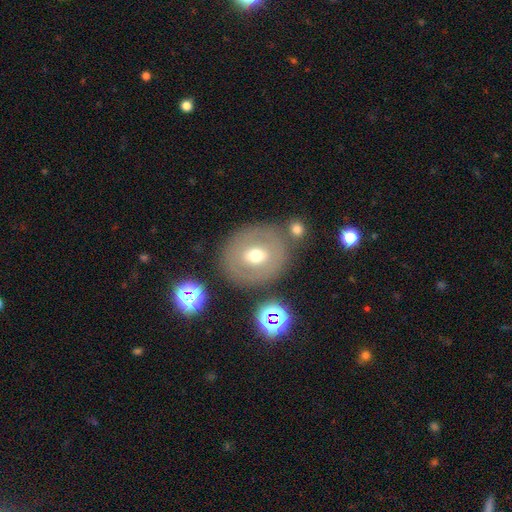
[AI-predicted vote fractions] A smooth galaxy with no disk features (51%) that is round (78%).

Vote fractions:
- Smooth or featured? smooth: 51% / featured or disk: 39% / star or artifact: 10%
- How rounded? round: 78% / in between: 21% / cigar-shaped: 1%
- Merging? none: 79% / minor disturbance: 11% / merger: 6% / major disturbance: 5%